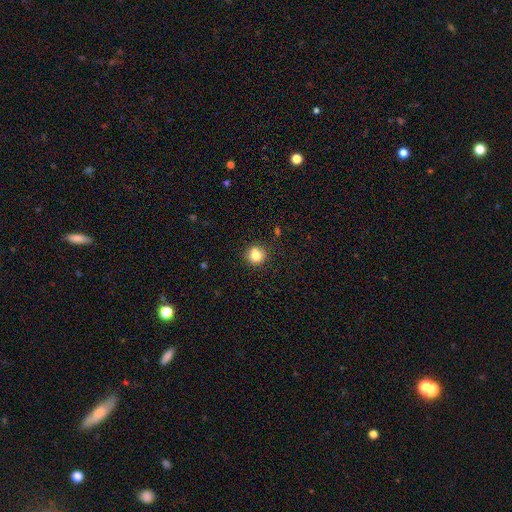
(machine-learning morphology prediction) Smooth or featured?
  - smooth: 81% *
  - star or artifact: 11%
  - featured or disk: 8%
How rounded?
  - round: 90% *
  - in between: 9%
  - cigar-shaped: 1%
Merging?
  - none: 80% *
  - minor disturbance: 12%
  - merger: 5%
  - major disturbance: 3%